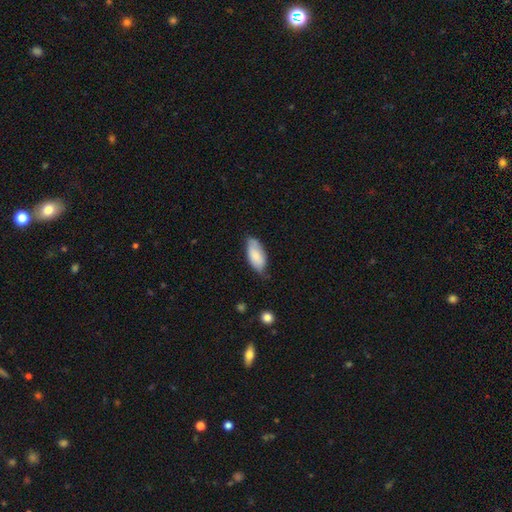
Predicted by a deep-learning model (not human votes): Smooth or featured? Predicted: smooth (p=0.83). How rounded? Predicted: in between (p=0.89). Merging? Predicted: none (p=0.62).